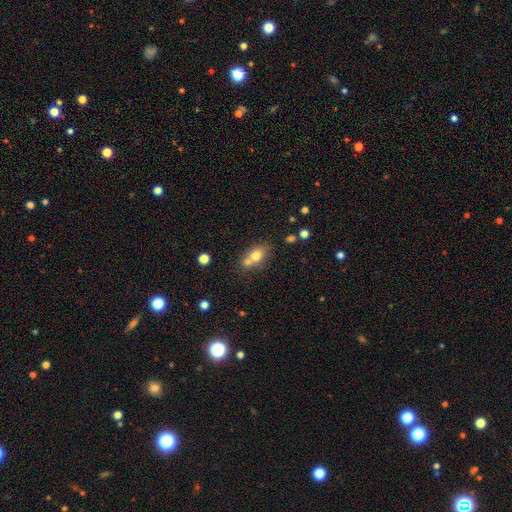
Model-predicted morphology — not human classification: Overall: smooth (72%). How rounded: in between (61%; round 37%). Merging: merger (44%; none 41%).